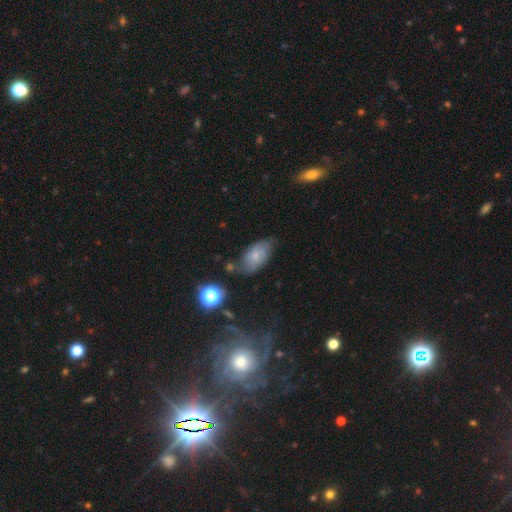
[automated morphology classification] This appears to be a smooth galaxy with no disk features (65%) that is in between round and cigar-shaped (91%). Merging: none (53%).